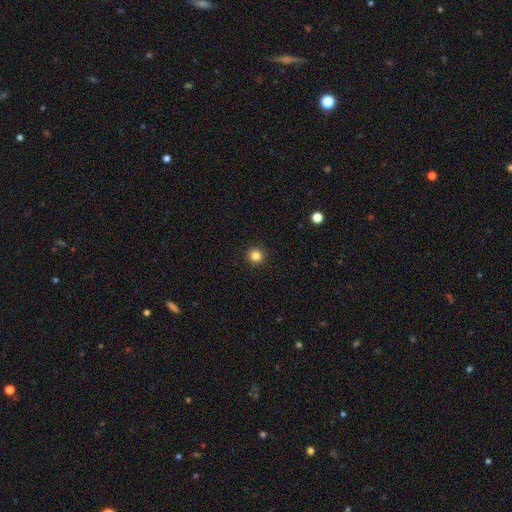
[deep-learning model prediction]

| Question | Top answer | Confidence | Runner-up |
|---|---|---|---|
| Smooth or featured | smooth | 84% | star or artifact (12%) |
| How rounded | round | 95% | in between (4%) |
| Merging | none | 93% | minor disturbance (4%) |